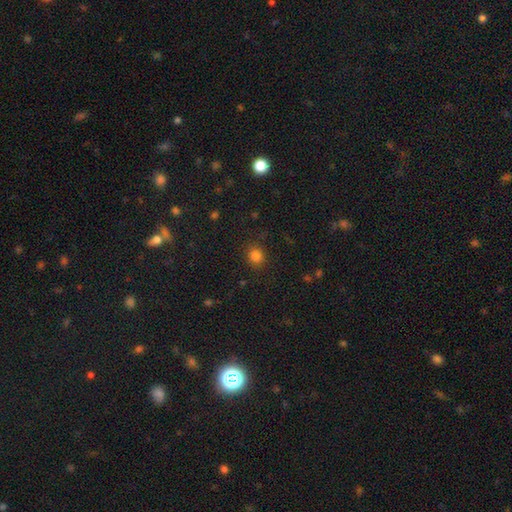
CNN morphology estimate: Smooth or featured? smooth (82%)
How rounded? round (79%)
Merging? none (87%)